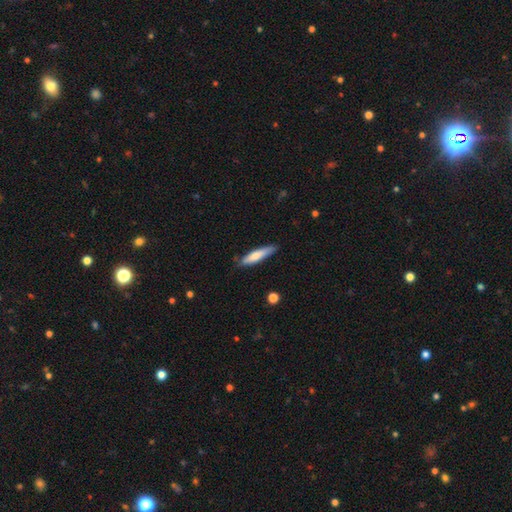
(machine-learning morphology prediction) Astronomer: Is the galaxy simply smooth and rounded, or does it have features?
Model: smooth — 66%.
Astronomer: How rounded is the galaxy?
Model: cigar-shaped — 82%.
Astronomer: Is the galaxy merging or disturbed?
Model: none — 81%.